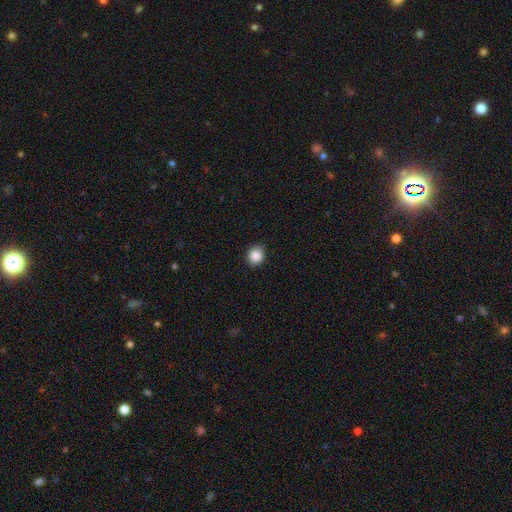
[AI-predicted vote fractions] This appears to be a smooth galaxy with no disk features (88%) that is round (83%). Merging: none (89%).